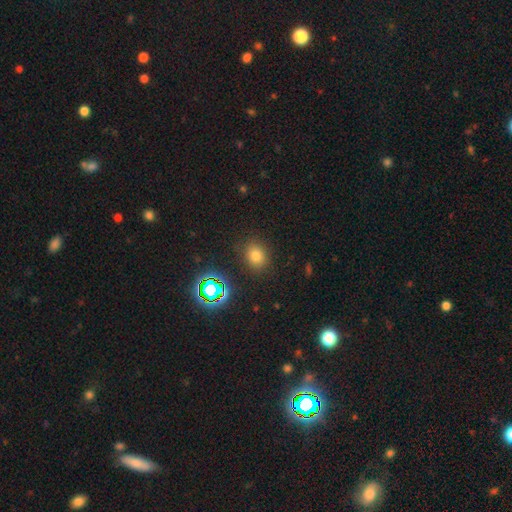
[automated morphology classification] A smooth galaxy with no disk features (73%) that is round (56%). Merging: none (85%).